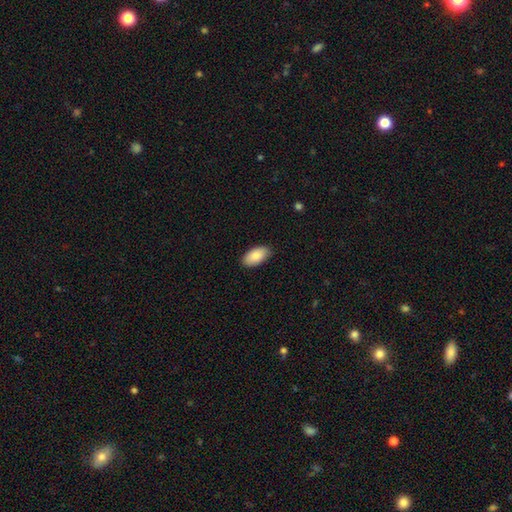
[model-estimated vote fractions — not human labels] Smooth or featured: smooth — 88% (star or artifact — 6%)
How rounded: in between — 95% (round — 2%)
Merging: none — 86% (minor disturbance — 11%)